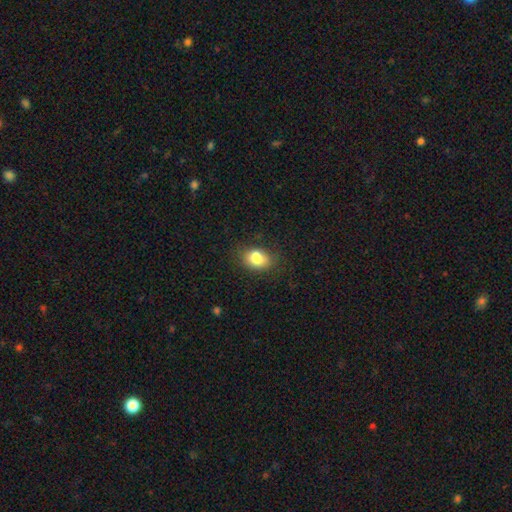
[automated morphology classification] smooth_or_featured: smooth (p=0.82) [alt: star or artifact p=0.10]
how_rounded: in between (p=0.70) [alt: round p=0.29]
merging: none (p=0.70) [alt: minor disturbance p=0.20]